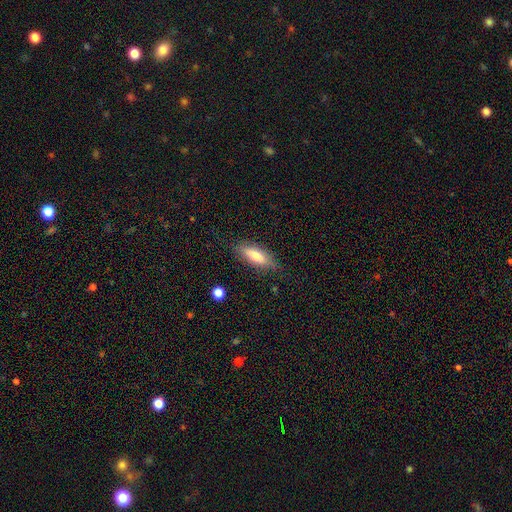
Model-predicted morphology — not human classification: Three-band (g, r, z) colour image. It shows a smooth galaxy with no disk features (73%) that is in between round and cigar-shaped (56%). Merging: none (80%).